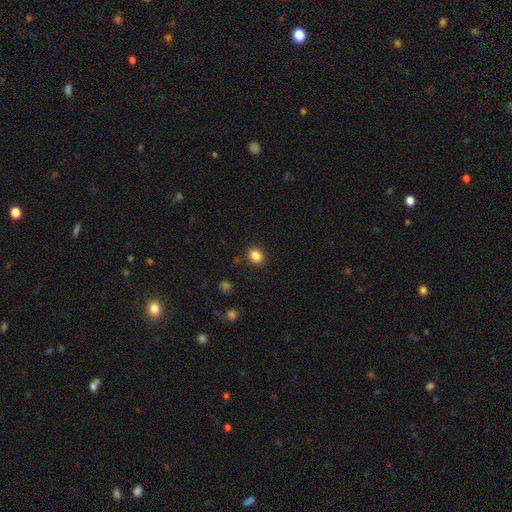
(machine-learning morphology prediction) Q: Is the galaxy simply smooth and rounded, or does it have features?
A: smooth — 85%.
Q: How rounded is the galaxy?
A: round — 62%.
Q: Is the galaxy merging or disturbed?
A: none — 88%.